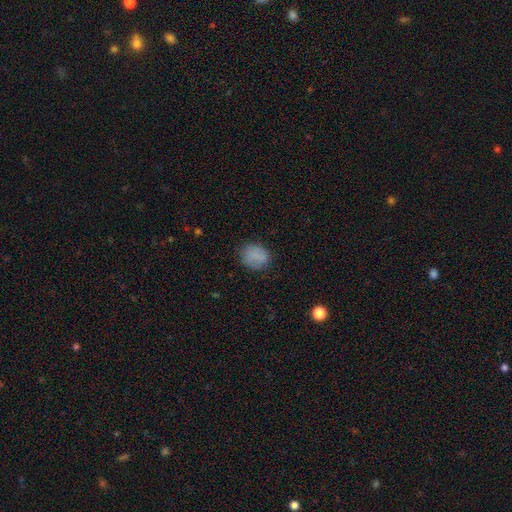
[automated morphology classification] Smooth or featured?
  - smooth: 82% *
  - star or artifact: 10%
  - featured or disk: 8%
How rounded?
  - round: 60% *
  - in between: 39%
  - cigar-shaped: 1%
Merging?
  - none: 77% *
  - minor disturbance: 16%
  - major disturbance: 5%
  - merger: 2%